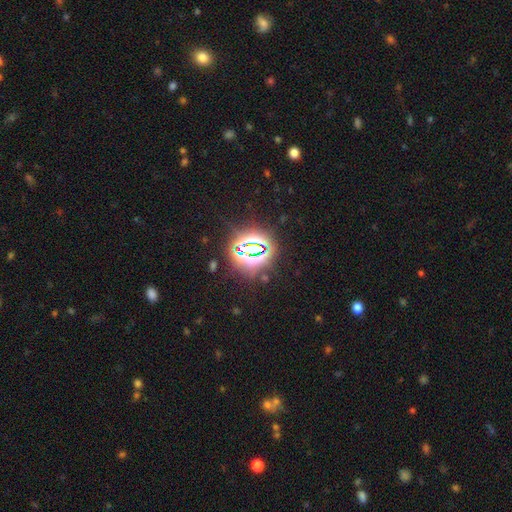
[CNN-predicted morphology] This is likely a star or artifact rather than a galaxy (78%).